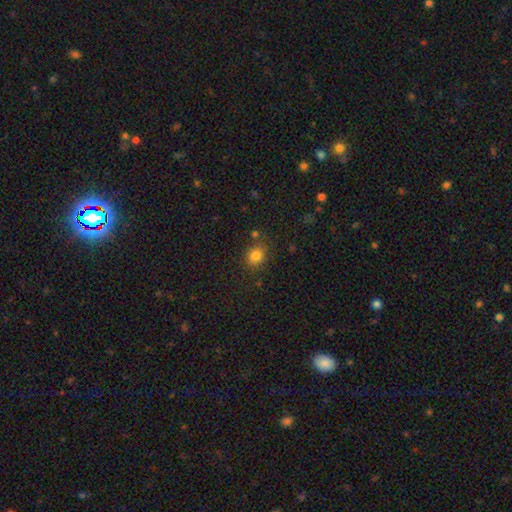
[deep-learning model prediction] Overall: smooth (82%). How rounded: round (56%; in between 43%). Merging: none (77%).